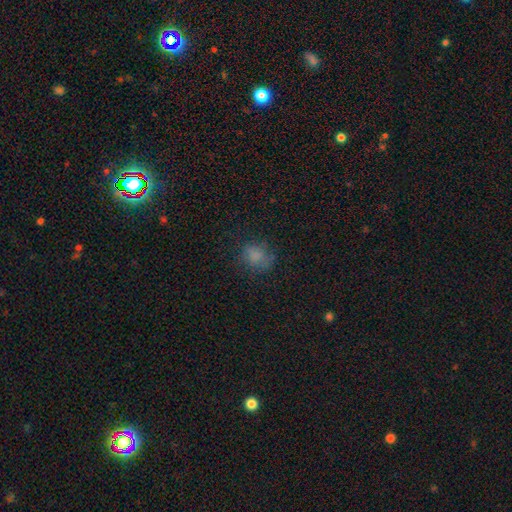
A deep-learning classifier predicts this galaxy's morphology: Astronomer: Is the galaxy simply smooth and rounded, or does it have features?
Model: smooth — 76%.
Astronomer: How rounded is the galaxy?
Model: round — 60% (runner-up: in between, 39%).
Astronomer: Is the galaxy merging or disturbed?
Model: none — 69%.